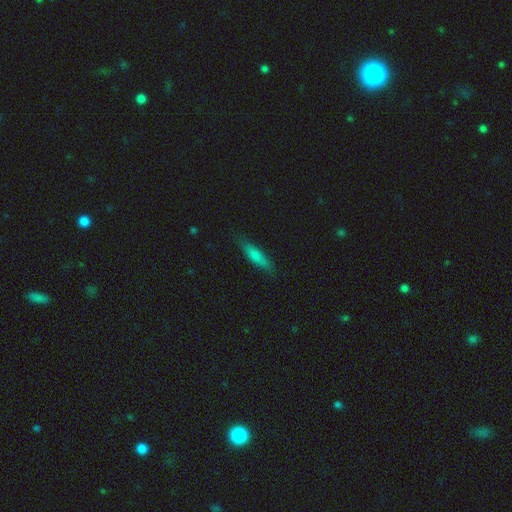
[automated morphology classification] A smooth galaxy with no disk features (77%) that is cigar-shaped (58%).

Vote fractions:
- Smooth or featured? smooth: 77% / featured or disk: 17% / star or artifact: 7%
- How rounded? cigar-shaped: 58% / in between: 40% / round: 2%
- Merging? none: 81% / minor disturbance: 15% / major disturbance: 3% / merger: 1%